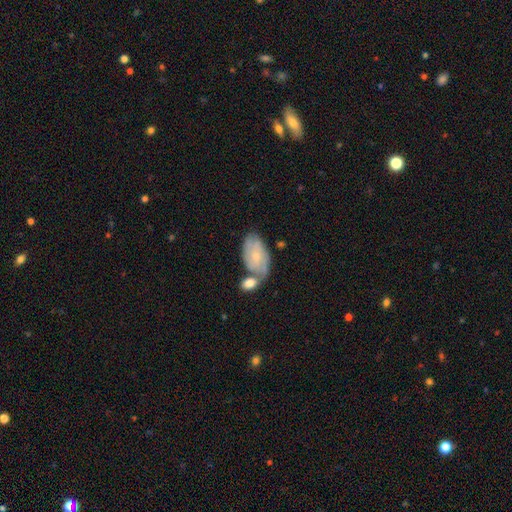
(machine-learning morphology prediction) Smooth or featured: featured or disk — 48% (smooth — 46%)
Merging: none — 41% (merger — 33%)